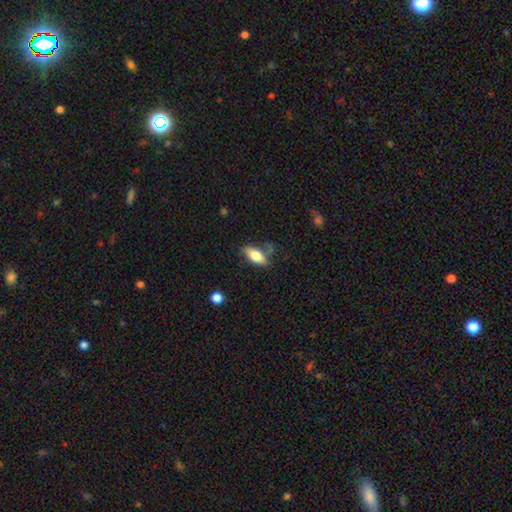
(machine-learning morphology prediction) Smooth or featured: smooth — 71% (featured or disk — 22%)
How rounded: in between — 81% (cigar-shaped — 16%)
Merging: none — 65% (minor disturbance — 22%)